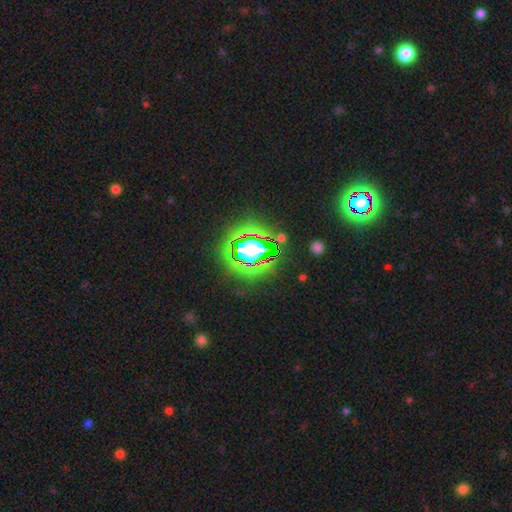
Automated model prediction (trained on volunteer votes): Smooth or featured? Predicted: star or artifact (p=0.76).